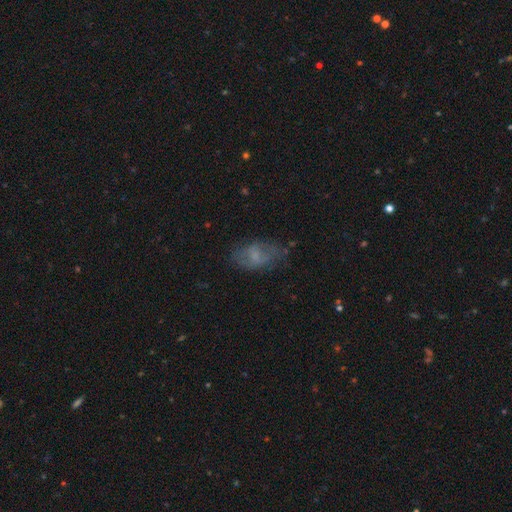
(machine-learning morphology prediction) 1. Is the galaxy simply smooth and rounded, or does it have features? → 53% smooth, 36% featured or disk, 11% star or artifact.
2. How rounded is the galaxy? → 89% in between, 8% round, 3% cigar-shaped.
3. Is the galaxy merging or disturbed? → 58% none, 24% minor disturbance, 15% major disturbance, 2% merger.